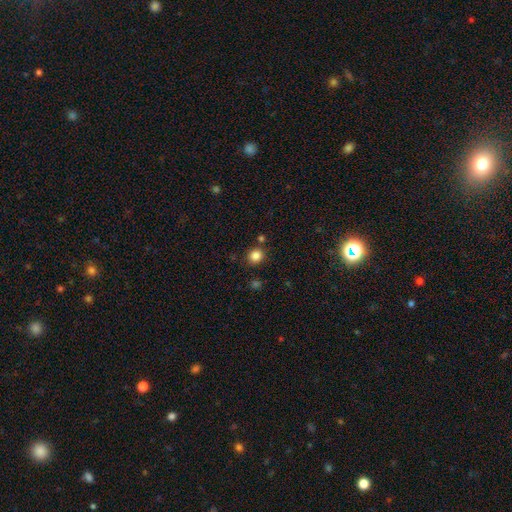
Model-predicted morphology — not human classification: Smooth or featured? Predicted: smooth (p=0.85). How rounded? Predicted: round (p=0.80). Merging? Predicted: none (p=0.85).